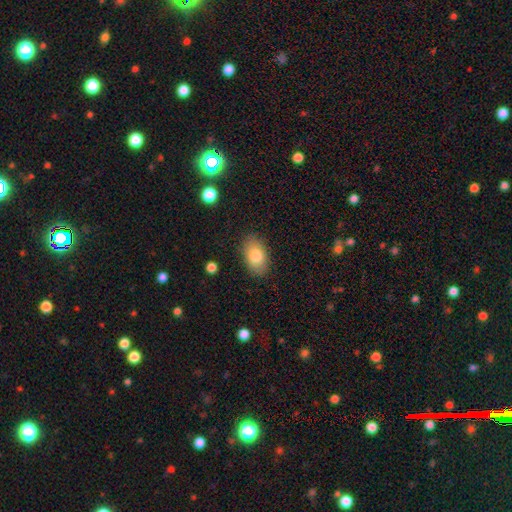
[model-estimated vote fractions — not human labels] This appears to be a smooth galaxy with no disk features (81%) that is in between round and cigar-shaped (91%). Merging: none (84%).